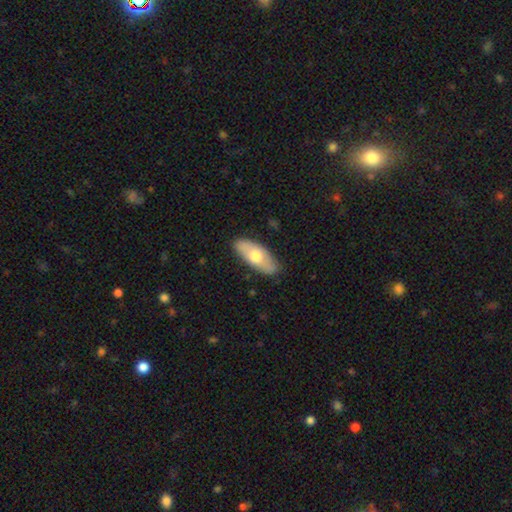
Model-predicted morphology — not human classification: Q: Smooth or featured?
A: smooth (61%); runner-up: featured or disk (34%)
Q: How rounded?
A: in between (84%); runner-up: cigar-shaped (13%)
Q: Merging?
A: none (84%); runner-up: minor disturbance (12%)